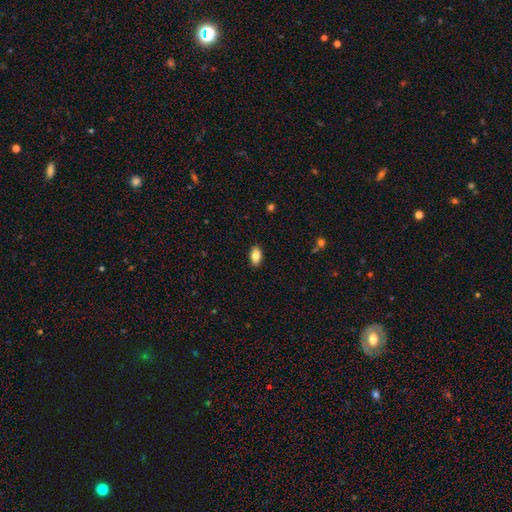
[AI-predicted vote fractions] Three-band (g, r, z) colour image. It shows a smooth galaxy with no disk features (86%) that is in between round and cigar-shaped (93%). Merging: none (89%).